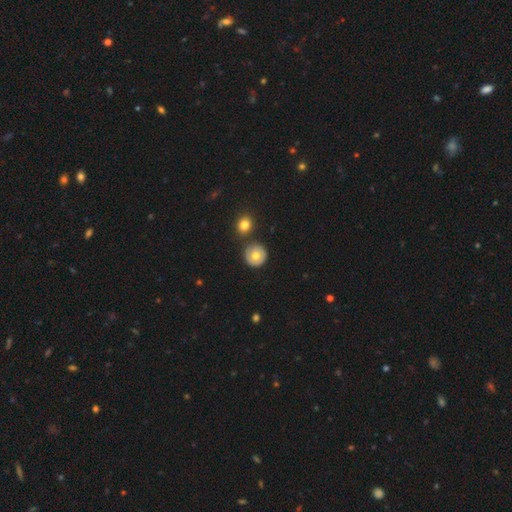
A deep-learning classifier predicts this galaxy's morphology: This is likely a smooth galaxy (69%). How rounded: clearly round (93%). Merging: clearly none (81%).